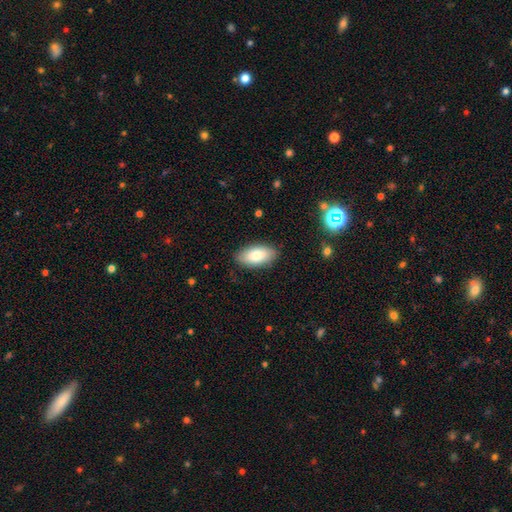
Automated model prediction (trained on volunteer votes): Morphology: type=smooth (80%); roundness=in between (93%); merging=none (86%).